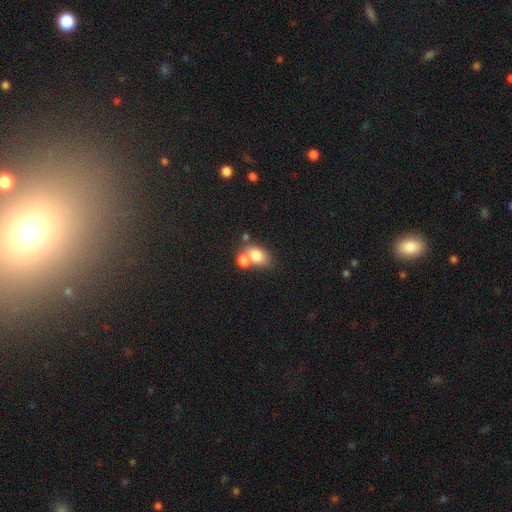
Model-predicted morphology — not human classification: smooth_or_featured: smooth (p=0.77) [alt: featured or disk p=0.13]
how_rounded: in between (p=0.77) [alt: round p=0.21]
merging: merger (p=0.48) [alt: none p=0.37]